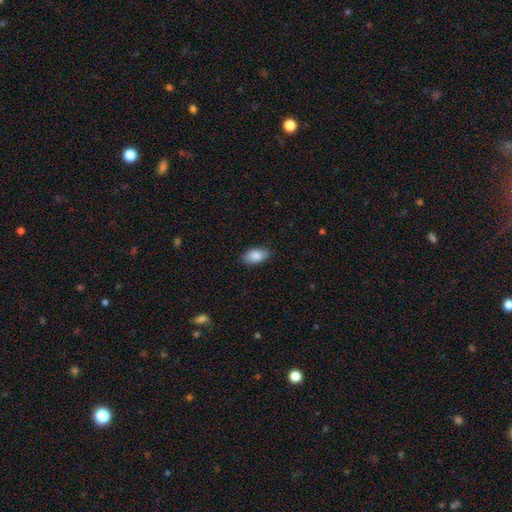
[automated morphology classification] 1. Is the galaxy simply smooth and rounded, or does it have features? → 87% smooth, 6% star or artifact, 6% featured or disk.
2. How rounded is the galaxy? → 93% in between, 4% round, 2% cigar-shaped.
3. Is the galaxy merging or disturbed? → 86% none, 11% minor disturbance, 2% major disturbance, 1% merger.